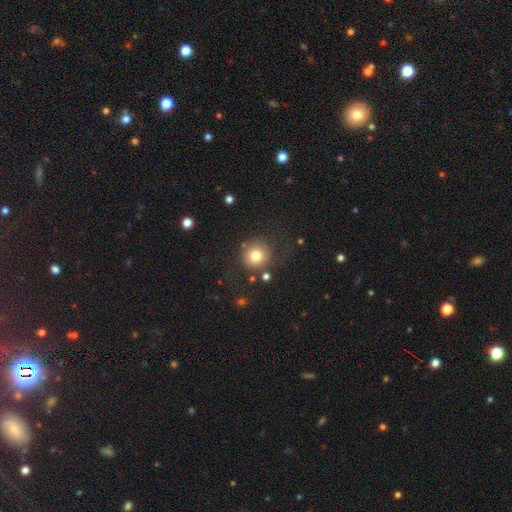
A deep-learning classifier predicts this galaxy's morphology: smooth_or_featured: smooth (p=0.79) [alt: star or artifact p=0.11]
how_rounded: round (p=0.91) [alt: in between p=0.08]
merging: none (p=0.75) [alt: minor disturbance p=0.13]